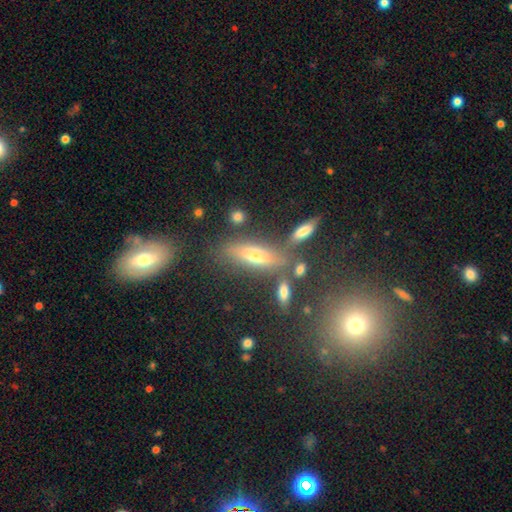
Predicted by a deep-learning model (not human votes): smooth_or_featured: smooth (p=0.55) [alt: featured or disk p=0.32]
how_rounded: in between (p=0.52) [alt: cigar-shaped p=0.44]
merging: none (p=0.60) [alt: merger p=0.17]